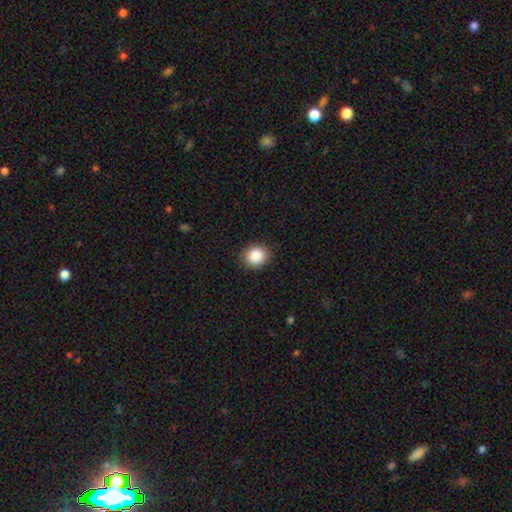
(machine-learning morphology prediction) type=smooth (87%); roundness=round (75%); merging=none (88%).